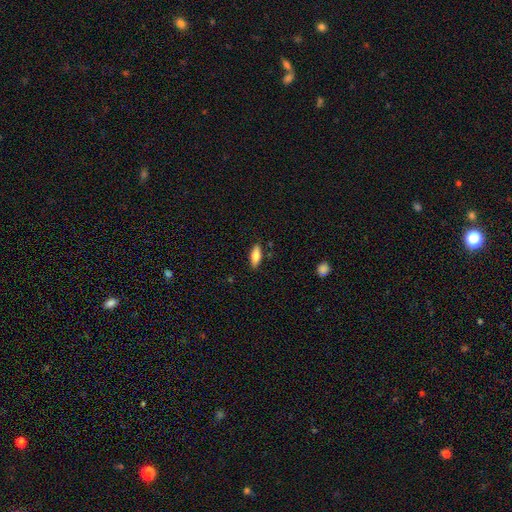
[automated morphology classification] Smooth or featured? smooth (76%)
How rounded? in between (68%)
Merging? none (86%)